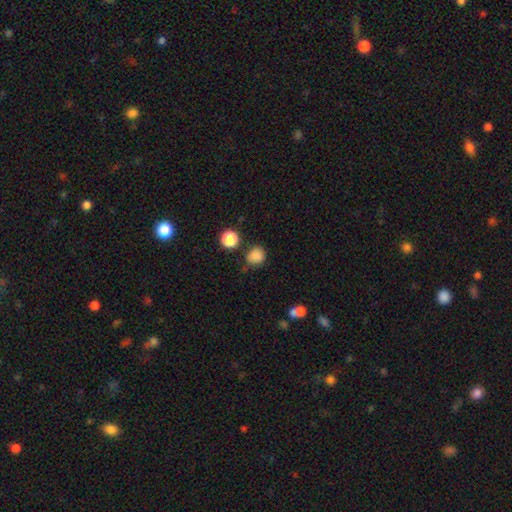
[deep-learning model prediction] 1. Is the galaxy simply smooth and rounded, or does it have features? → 83% smooth, 13% star or artifact, 4% featured or disk.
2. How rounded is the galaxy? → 80% round, 19% in between, 1% cigar-shaped.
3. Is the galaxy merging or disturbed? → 72% none, 17% minor disturbance, 6% merger, 5% major disturbance.